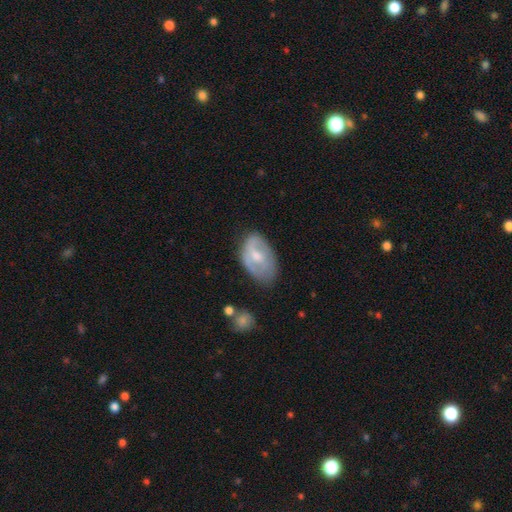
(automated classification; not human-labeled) smooth_or_featured: featured or disk (p=0.50) [alt: smooth p=0.44]
merging: none (p=0.55) [alt: minor disturbance p=0.31]